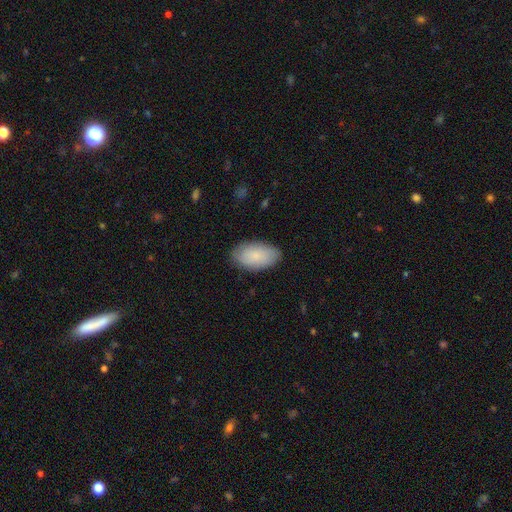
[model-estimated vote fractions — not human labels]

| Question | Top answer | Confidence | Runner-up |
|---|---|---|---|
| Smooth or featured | smooth | 84% | featured or disk (10%) |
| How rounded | in between | 95% | round (3%) |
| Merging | none | 84% | minor disturbance (12%) |